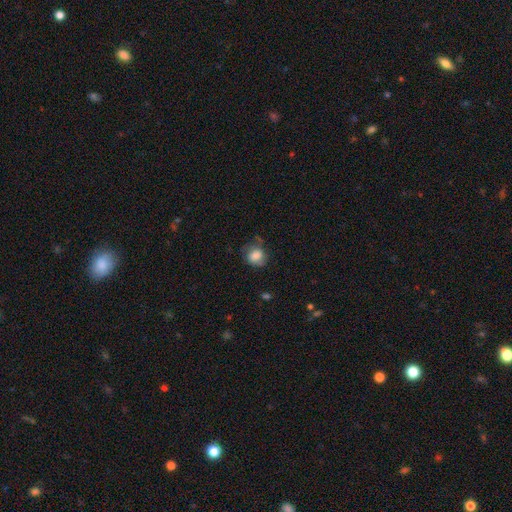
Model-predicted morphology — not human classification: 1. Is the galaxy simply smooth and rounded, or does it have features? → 72% smooth, 20% featured or disk, 8% star or artifact.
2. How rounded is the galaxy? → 66% round, 33% in between, 1% cigar-shaped.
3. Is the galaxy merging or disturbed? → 51% none, 30% minor disturbance, 17% major disturbance, 2% merger.